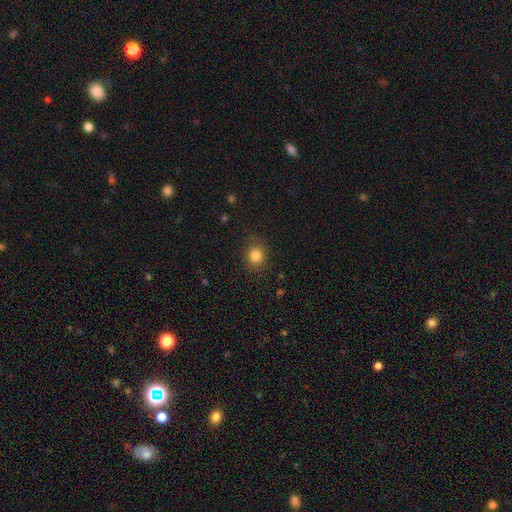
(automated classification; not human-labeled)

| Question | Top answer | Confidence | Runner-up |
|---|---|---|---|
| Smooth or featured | smooth | 83% | star or artifact (11%) |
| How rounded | round | 78% | in between (21%) |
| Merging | none | 84% | minor disturbance (11%) |